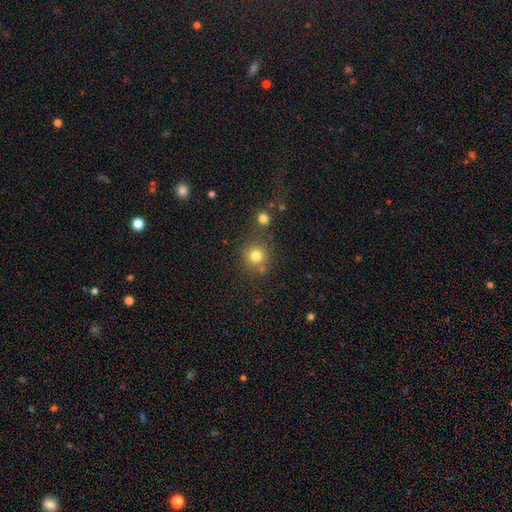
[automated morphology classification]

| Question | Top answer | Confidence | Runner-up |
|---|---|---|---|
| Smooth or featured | smooth | 78% | star or artifact (14%) |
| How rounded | round | 92% | in between (7%) |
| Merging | none | 74% | merger (12%) |